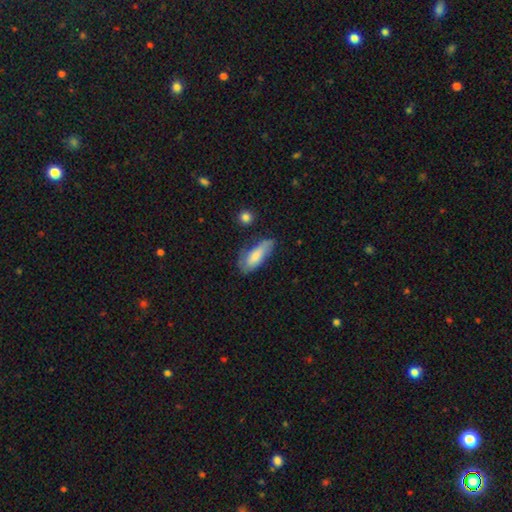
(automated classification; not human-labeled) A smooth galaxy with no disk features (73%) that is in between round and cigar-shaped (73%).

Vote fractions:
- Smooth or featured? smooth: 73% / featured or disk: 21% / star or artifact: 6%
- How rounded? in between: 73% / cigar-shaped: 25% / round: 2%
- Merging? none: 52% / minor disturbance: 33% / major disturbance: 11% / merger: 4%